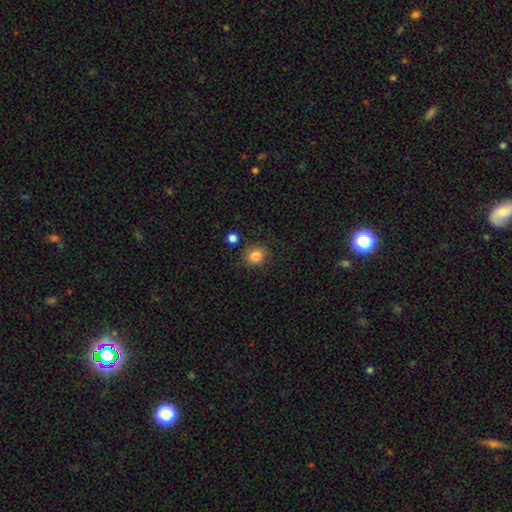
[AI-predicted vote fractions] smooth_or_featured: smooth (p=0.85) [alt: star or artifact p=0.10]
how_rounded: round (p=0.81) [alt: in between p=0.18]
merging: none (p=0.82) [alt: minor disturbance p=0.11]